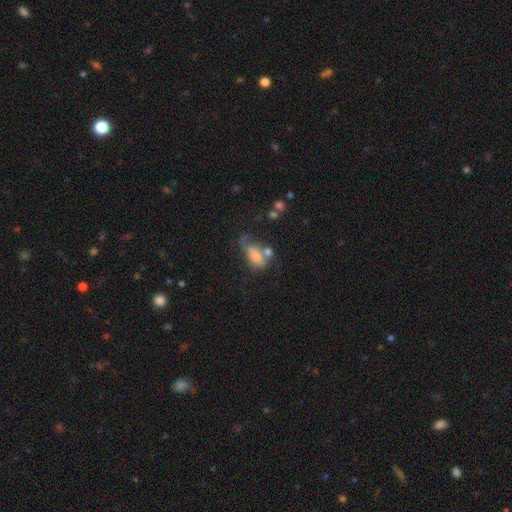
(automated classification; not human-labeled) A smooth galaxy with no disk features (69%) that is in between round and cigar-shaped (85%). Merging: merger (28%).